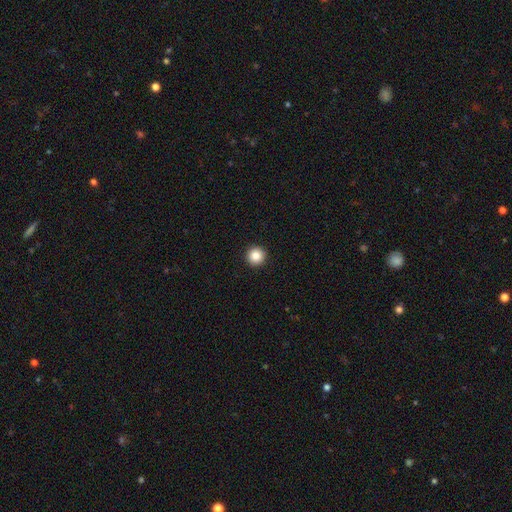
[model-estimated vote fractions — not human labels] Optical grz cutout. It shows a smooth galaxy with no disk features (86%) that is round (96%). Merging: none (94%).